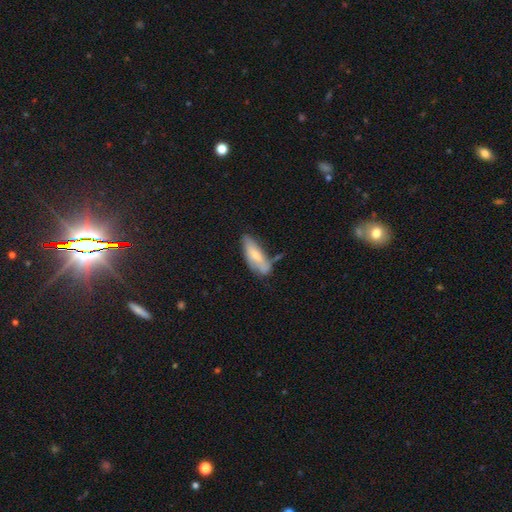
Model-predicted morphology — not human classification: The model was most divided on "merging": none: 50%, minor disturbance: 31%, merger: 10%, major disturbance: 9%. More confident: smooth or featured — smooth (67%); how rounded — in between (67%).